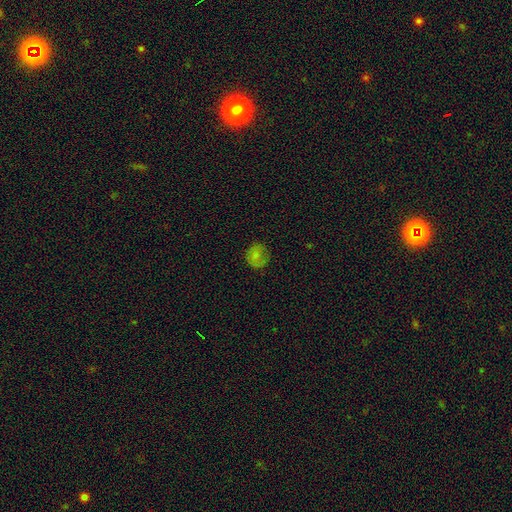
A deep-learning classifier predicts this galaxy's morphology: This is likely a smooth galaxy (73%). How rounded: likely round (72%). Merging: likely none (66%).